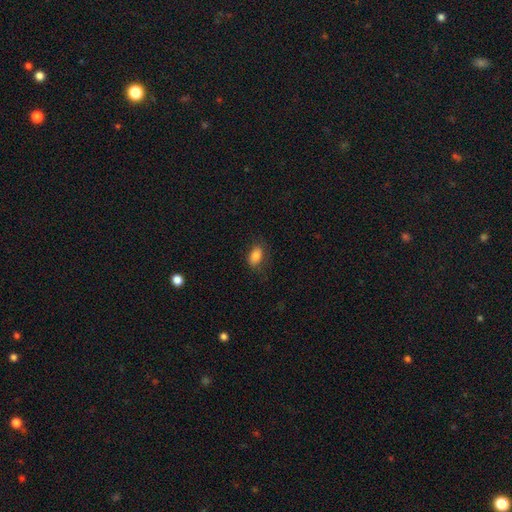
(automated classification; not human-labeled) Smooth or featured? Predicted: smooth (p=0.83). How rounded? Predicted: in between (p=0.88). Merging? Predicted: none (p=0.73).